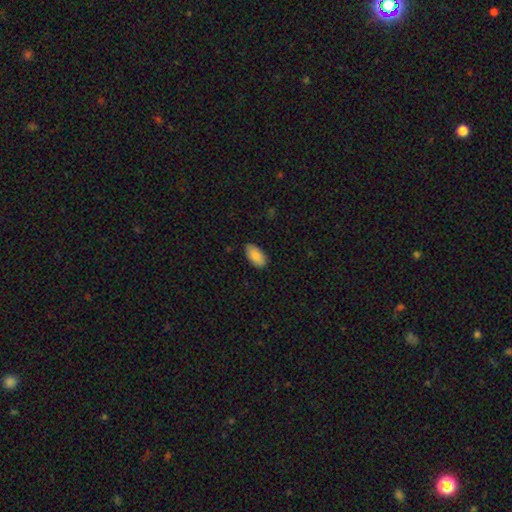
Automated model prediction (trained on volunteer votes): Smooth or featured? smooth (89%)
How rounded? in between (95%)
Merging? none (85%)